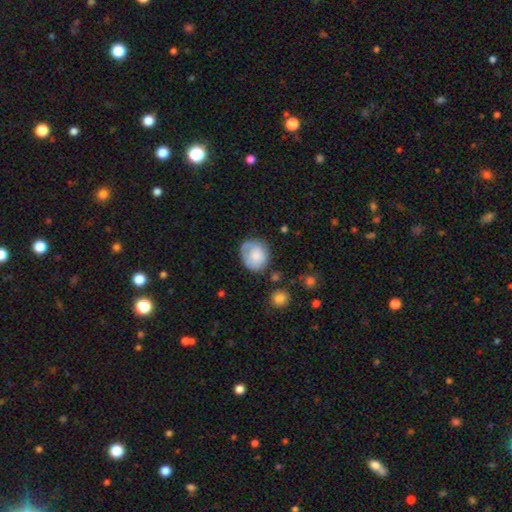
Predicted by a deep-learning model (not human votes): Q: Smooth or featured?
A: smooth (72%); runner-up: featured or disk (21%)
Q: How rounded?
A: round (69%); runner-up: in between (30%)
Q: Merging?
A: none (60%); runner-up: minor disturbance (26%)